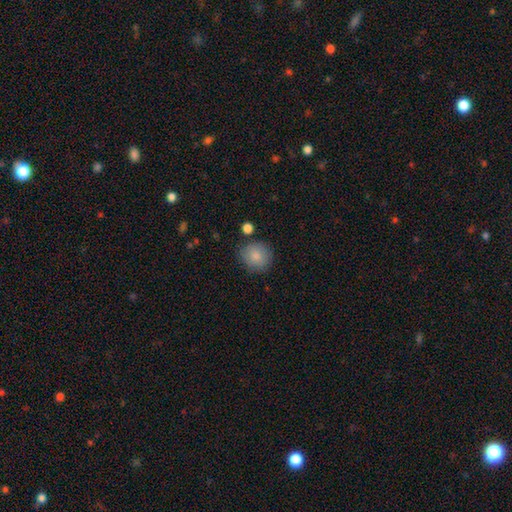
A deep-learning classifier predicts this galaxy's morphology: smooth-or-featured: smooth: 85% | featured or disk: 8% | star or artifact: 7%
  how-rounded: round: 85% | in between: 14% | cigar-shaped: 1%
  merging: none: 78% | minor disturbance: 14% | merger: 4% | major disturbance: 4%